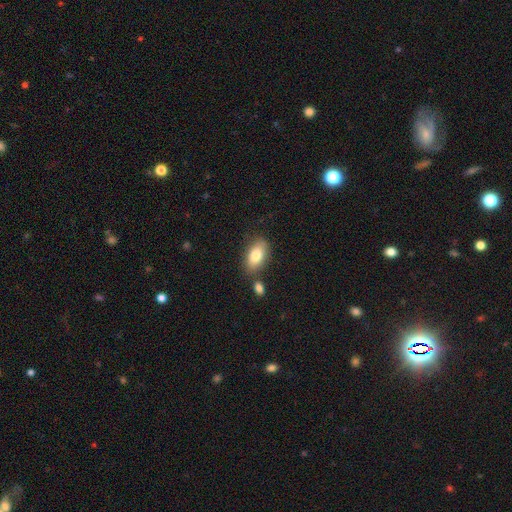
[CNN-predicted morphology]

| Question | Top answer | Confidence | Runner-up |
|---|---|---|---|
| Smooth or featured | smooth | 81% | featured or disk (12%) |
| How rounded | in between | 91% | cigar-shaped (5%) |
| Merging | none | 74% | minor disturbance (13%) |